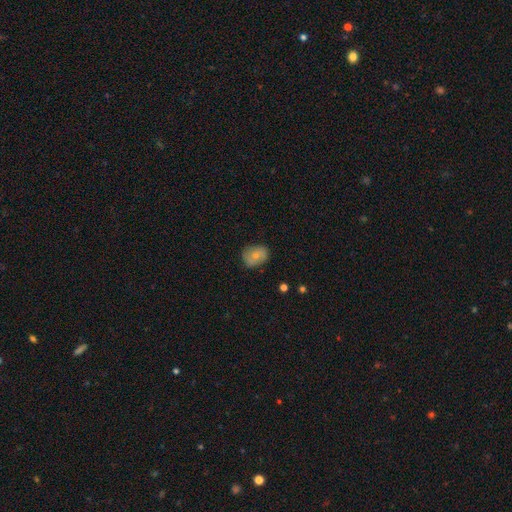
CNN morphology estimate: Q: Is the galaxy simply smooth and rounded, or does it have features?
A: smooth — 66%.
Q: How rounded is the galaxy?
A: in between — 54%.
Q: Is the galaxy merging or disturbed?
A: none — 73%.